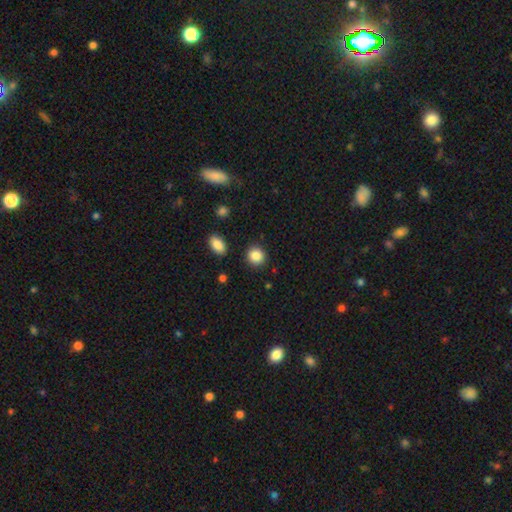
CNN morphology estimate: A smooth galaxy with no disk features (87%) that is round (86%). Merging: none (89%).